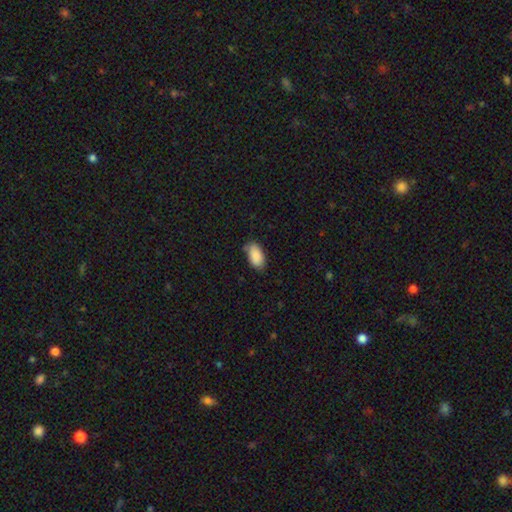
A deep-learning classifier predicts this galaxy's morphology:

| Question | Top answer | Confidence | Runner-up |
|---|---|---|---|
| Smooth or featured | smooth | 89% | star or artifact (6%) |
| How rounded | in between | 95% | round (3%) |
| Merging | none | 74% | minor disturbance (21%) |